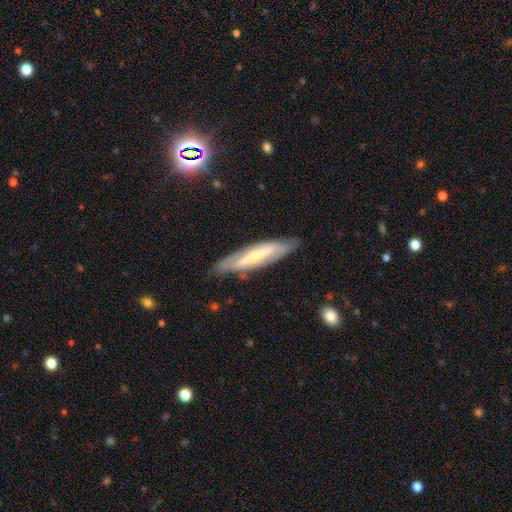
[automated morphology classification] Smooth or featured: featured or disk — 69% (smooth — 25%)
Edge-on disk: no — 53% (yes — 47%)
Merging: none — 83% (minor disturbance — 12%)